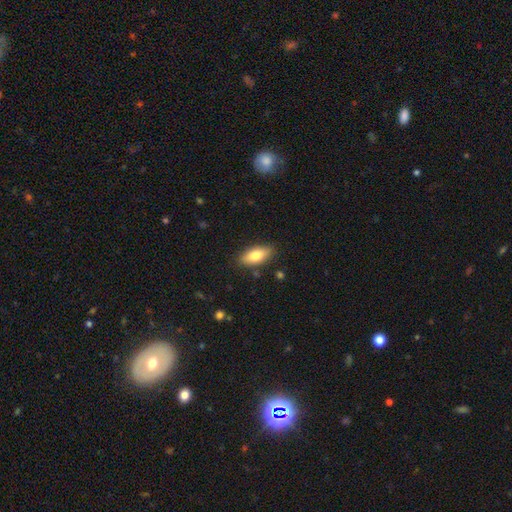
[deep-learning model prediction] Q: Smooth or featured?
A: smooth (78%); runner-up: featured or disk (15%)
Q: How rounded?
A: in between (84%); runner-up: cigar-shaped (14%)
Q: Merging?
A: none (84%); runner-up: minor disturbance (12%)